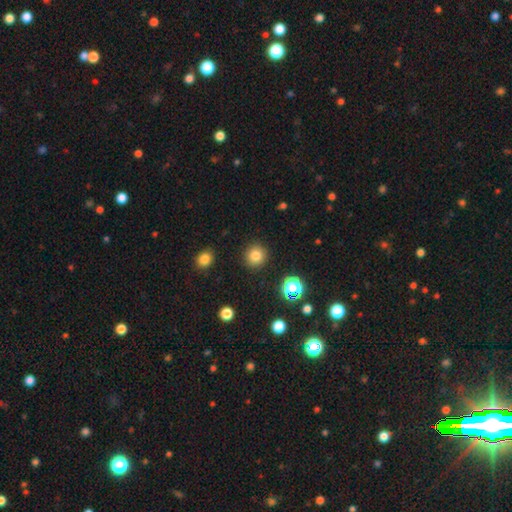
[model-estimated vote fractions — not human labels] Morphology: type=smooth (81%); roundness=round (93%); merging=none (90%).